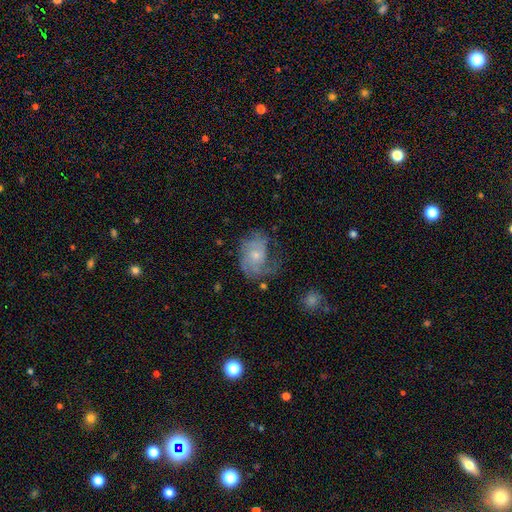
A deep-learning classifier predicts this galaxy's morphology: Overall: featured or disk (67%). Edge-on disk: no (97%). Bar: no (76%). Spiral arms: yes (84%). Spiral arm count: can't tell (33%; 2 29%). Spiral winding: medium (41%; tight 33%). Bulge size: small (58%; moderate 35%). Merging: none (42%; major disturbance 29%).